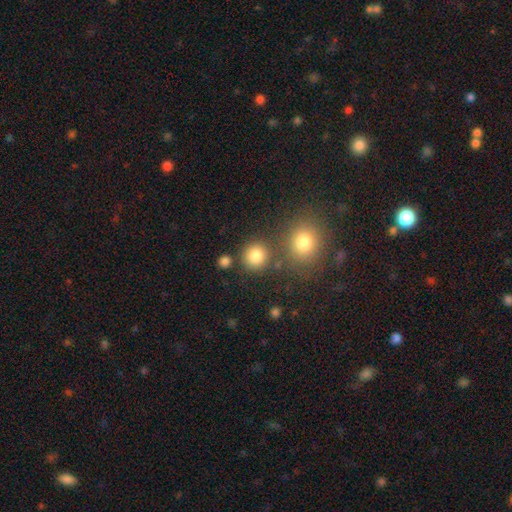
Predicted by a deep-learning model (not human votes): Smooth or featured: smooth — 83% (star or artifact — 12%)
How rounded: round — 89% (in between — 10%)
Merging: none — 78% (merger — 10%)